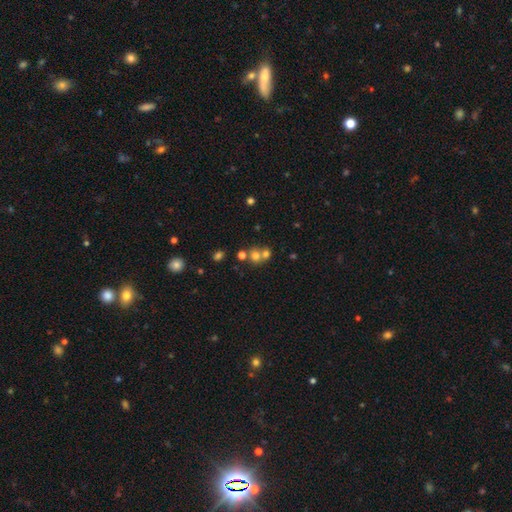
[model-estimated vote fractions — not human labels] A smooth galaxy with no disk features (67%) that is round (80%). Merging: merger (50%).